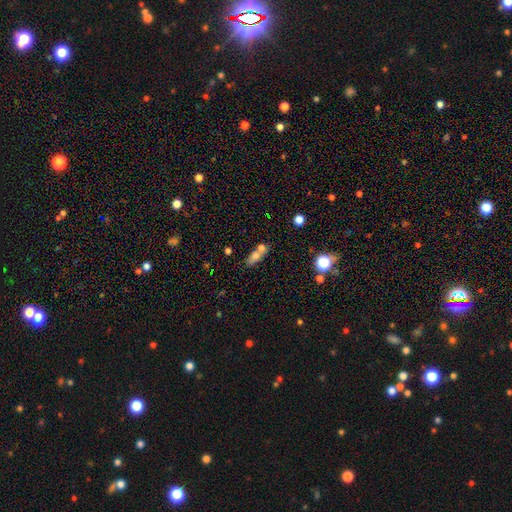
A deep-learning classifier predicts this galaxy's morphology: Smooth or featured? Predicted: smooth (p=0.68). How rounded? Predicted: in between (p=0.65). Merging? Predicted: none (p=0.42).